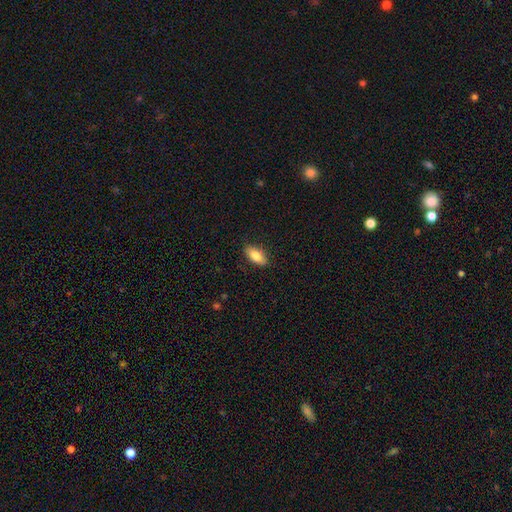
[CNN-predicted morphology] smooth_or_featured: smooth (p=0.83) [alt: featured or disk p=0.11]
how_rounded: in between (p=0.85) [alt: cigar-shaped p=0.12]
merging: none (p=0.86) [alt: minor disturbance p=0.10]